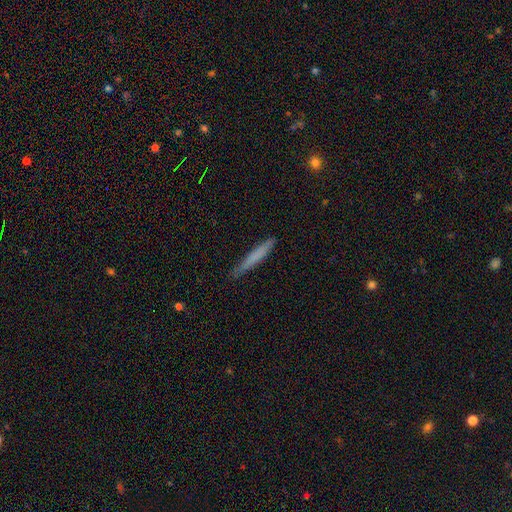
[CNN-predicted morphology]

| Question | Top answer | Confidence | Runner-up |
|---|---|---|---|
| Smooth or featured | smooth | 69% | featured or disk (25%) |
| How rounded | cigar-shaped | 96% | in between (3%) |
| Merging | none | 85% | minor disturbance (12%) |